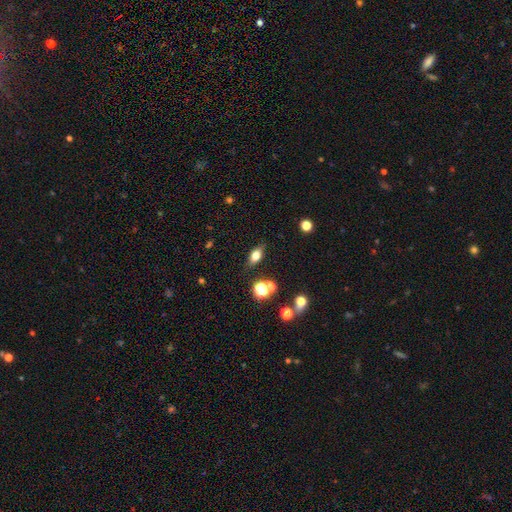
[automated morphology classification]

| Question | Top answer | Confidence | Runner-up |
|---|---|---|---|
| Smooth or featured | smooth | 70% | featured or disk (17%) |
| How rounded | in between | 75% | round (14%) |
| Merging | none | 82% | minor disturbance (11%) |